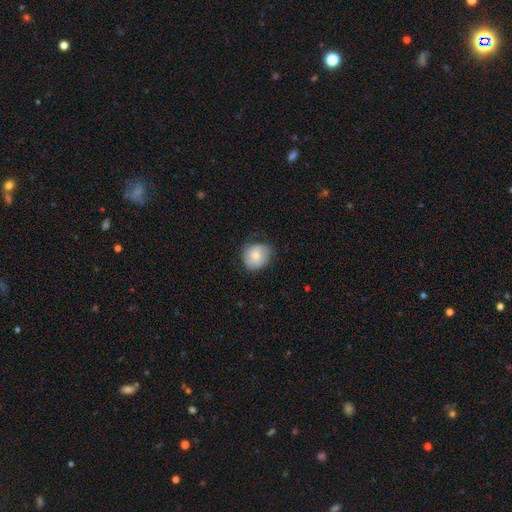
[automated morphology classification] smooth_or_featured: smooth (p=0.77) [alt: featured or disk p=0.16]
how_rounded: round (p=0.68) [alt: in between p=0.31]
merging: none (p=0.61) [alt: minor disturbance p=0.30]